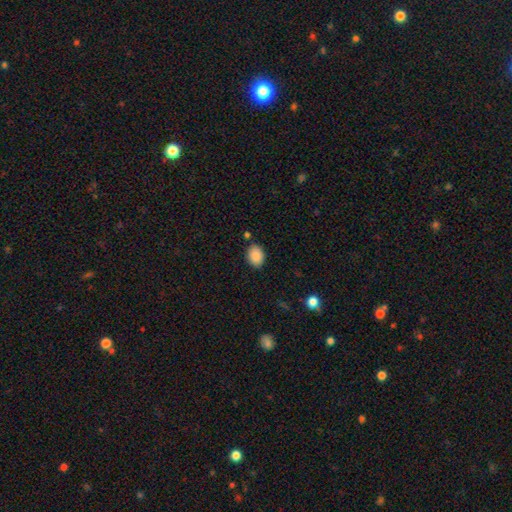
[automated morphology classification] smooth 88%, star or artifact 8%, featured or disk 4%. Down the decision tree: how rounded — in between (73%); merging — none (84%).